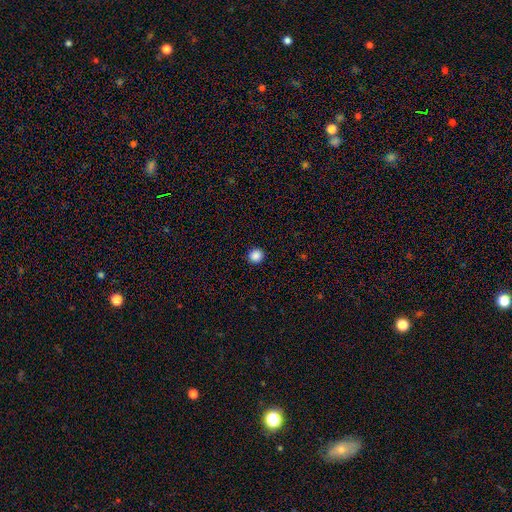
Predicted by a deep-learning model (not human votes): A smooth galaxy with no disk features (87%) that is round (92%).

Vote fractions:
- Smooth or featured? smooth: 87% / star or artifact: 10% / featured or disk: 3%
- How rounded? round: 92% / in between: 7% / cigar-shaped: 1%
- Merging? none: 93% / minor disturbance: 4% / major disturbance: 2% / merger: 1%